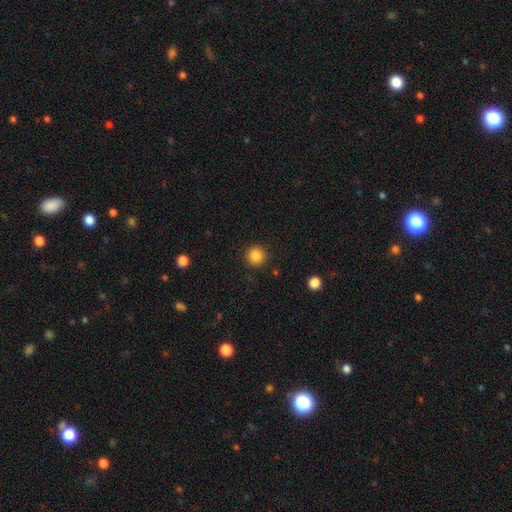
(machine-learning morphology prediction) The model was most divided on "smooth or featured": smooth: 85%, star or artifact: 10%, featured or disk: 4%. More confident: how rounded — round (95%); merging — none (91%).